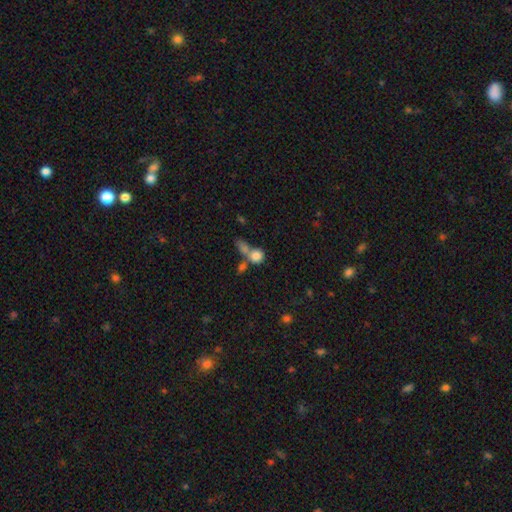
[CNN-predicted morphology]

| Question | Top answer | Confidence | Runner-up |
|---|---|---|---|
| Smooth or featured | smooth | 79% | featured or disk (11%) |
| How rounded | round | 71% | in between (26%) |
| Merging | merger | 53% | none (31%) |